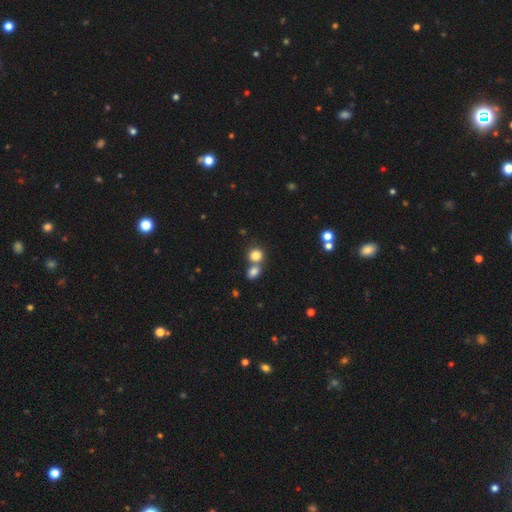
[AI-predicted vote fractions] Smooth or featured? Predicted: smooth (p=0.82). How rounded? Predicted: round (p=0.76). Merging? Predicted: none (p=0.47).